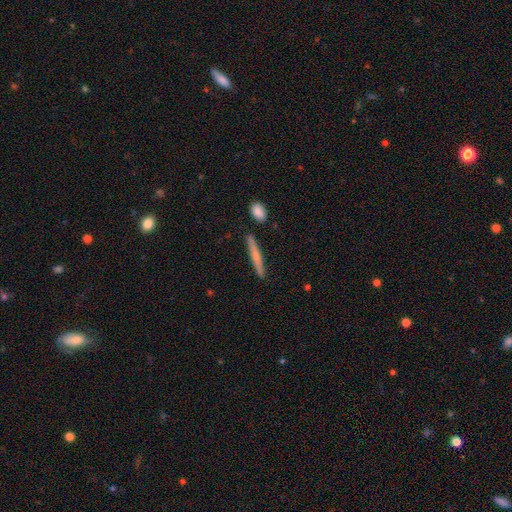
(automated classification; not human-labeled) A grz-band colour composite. It shows a smooth galaxy with no disk features (61%) that is cigar-shaped (95%). Merging: none (87%).